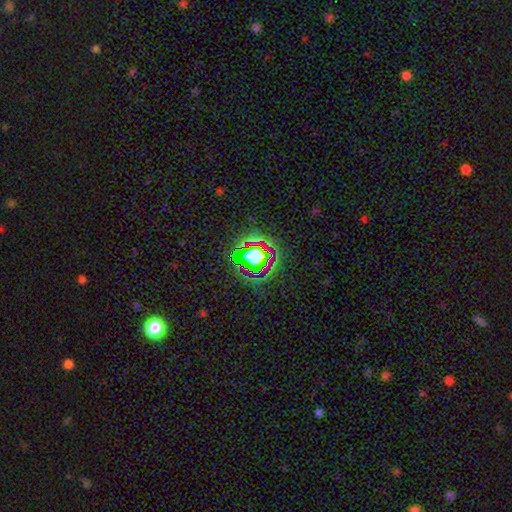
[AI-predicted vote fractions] Overall: star or artifact (60%; smooth 24%).